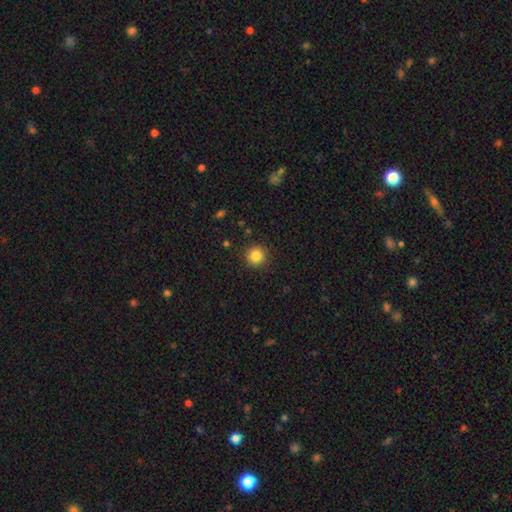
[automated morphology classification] Smooth or featured?
  - smooth: 85% *
  - star or artifact: 11%
  - featured or disk: 5%
How rounded?
  - round: 94% *
  - in between: 5%
  - cigar-shaped: 1%
Merging?
  - none: 91% *
  - minor disturbance: 6%
  - major disturbance: 2%
  - merger: 1%